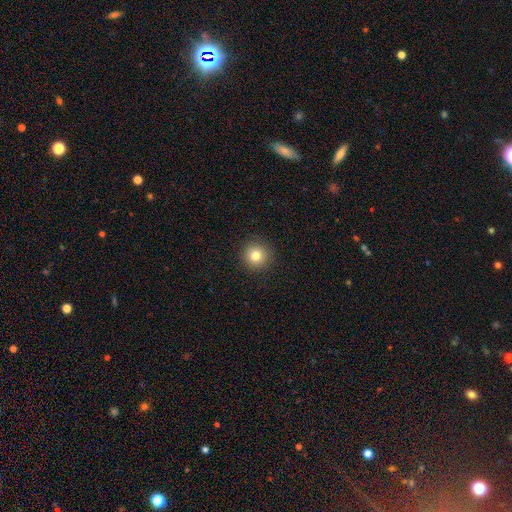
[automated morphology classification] A smooth galaxy with no disk features (79%) that is round (95%).

Vote fractions:
- Smooth or featured? smooth: 79% / star or artifact: 12% / featured or disk: 8%
- How rounded? round: 95% / in between: 4% / cigar-shaped: 1%
- Merging? none: 92% / minor disturbance: 5% / major disturbance: 2% / merger: 1%